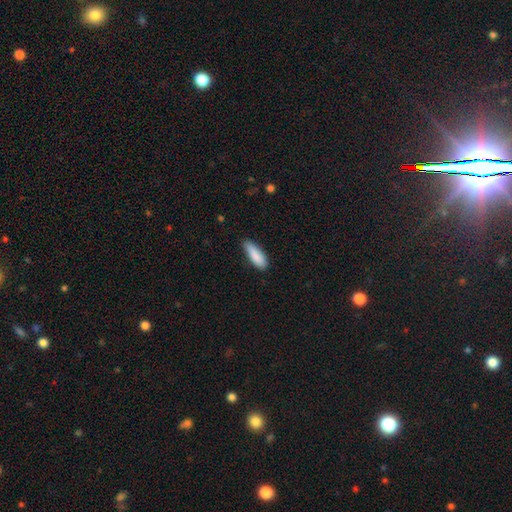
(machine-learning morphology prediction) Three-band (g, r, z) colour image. It shows a smooth galaxy with no disk features (88%) that is in between round and cigar-shaped (54%). Merging: none (75%).